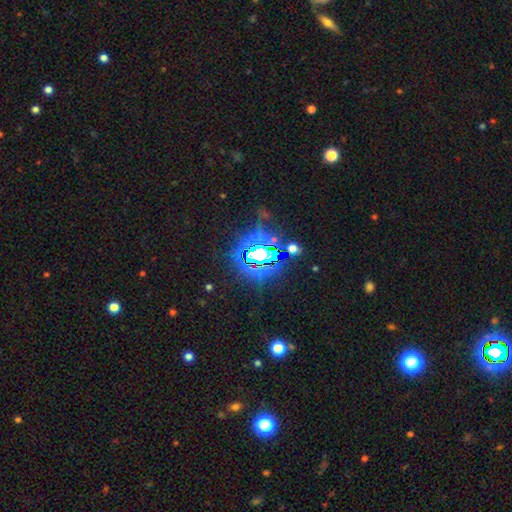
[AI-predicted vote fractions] Q: Smooth or featured?
A: star or artifact (78%); runner-up: smooth (12%)